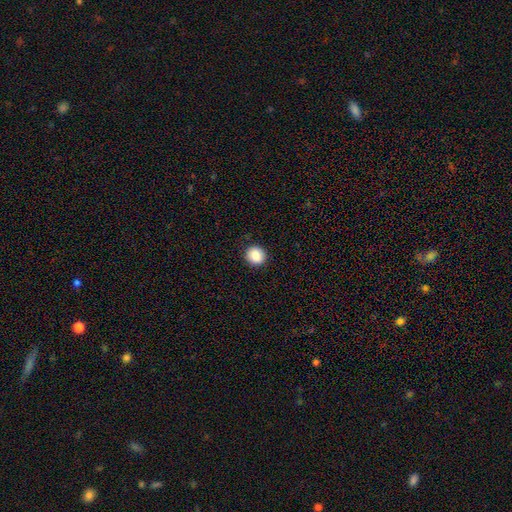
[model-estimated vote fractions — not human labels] Overall: smooth (87%). How rounded: round (91%). Merging: none (91%).